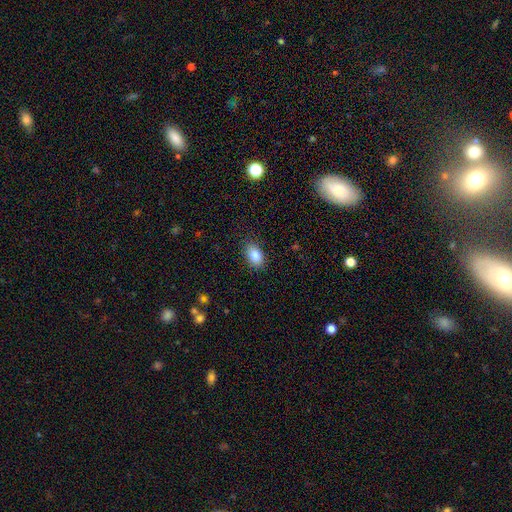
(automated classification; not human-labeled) smooth-or-featured: smooth: 85% | star or artifact: 8% | featured or disk: 7%
  how-rounded: in between: 88% | round: 11% | cigar-shaped: 2%
  merging: none: 86% | minor disturbance: 11% | major disturbance: 3% | merger: 1%